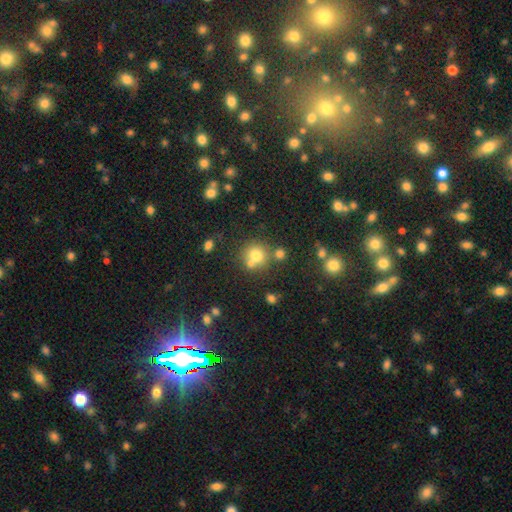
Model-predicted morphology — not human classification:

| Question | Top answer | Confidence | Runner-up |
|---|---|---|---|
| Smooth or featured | smooth | 72% | star or artifact (16%) |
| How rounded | round | 88% | in between (12%) |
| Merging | none | 59% | merger (27%) |